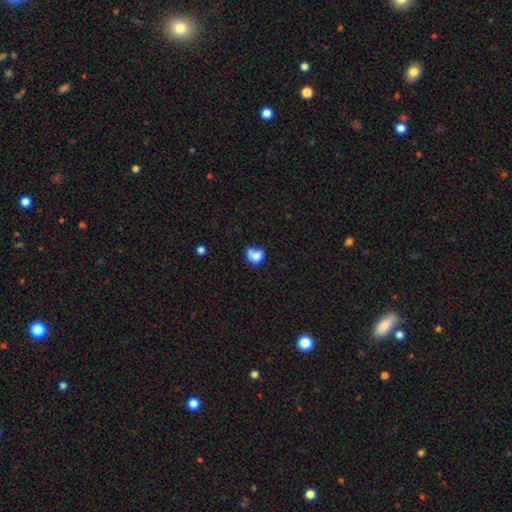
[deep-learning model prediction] A smooth galaxy with no disk features (77%) that is round (64%). Merging: none (37%).